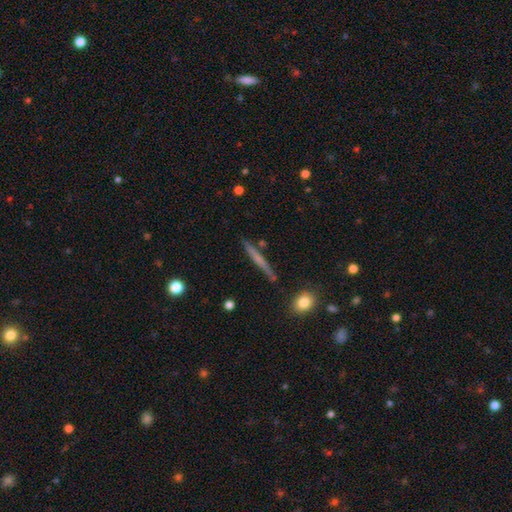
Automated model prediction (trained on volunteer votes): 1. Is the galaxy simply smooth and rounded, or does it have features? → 48% featured or disk, 45% smooth, 7% star or artifact.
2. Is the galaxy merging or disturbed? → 88% none, 8% minor disturbance, 2% merger, 2% major disturbance.